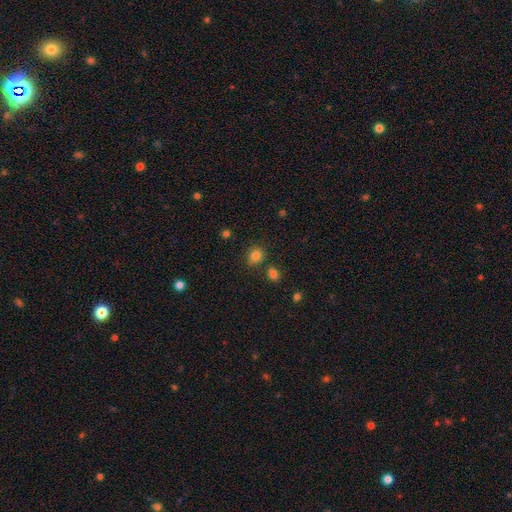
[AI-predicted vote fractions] smooth 82%, star or artifact 13%, featured or disk 5%. Down the decision tree: how rounded — round (69%); merging — none (77%).